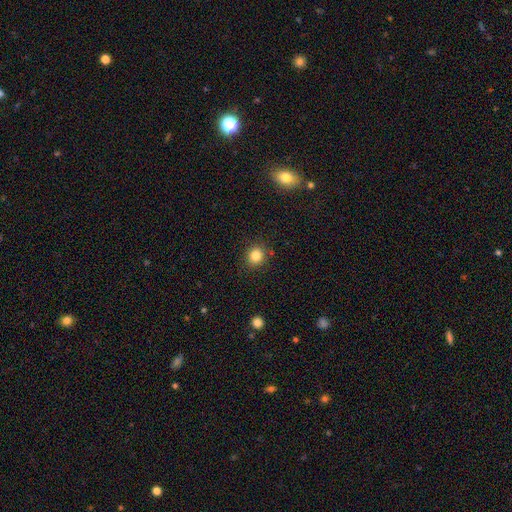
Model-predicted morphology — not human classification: A smooth galaxy with no disk features (83%) that is round (81%). Merging: none (87%).